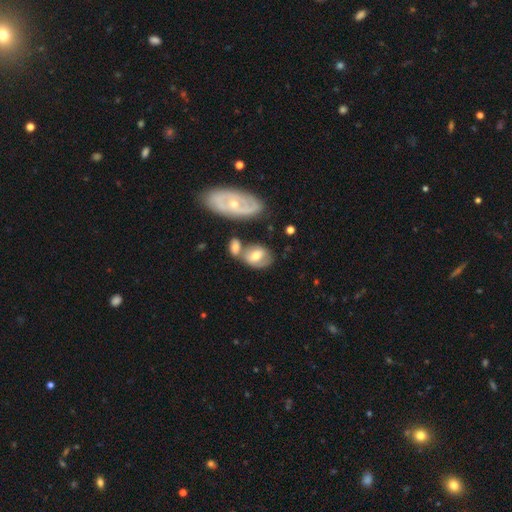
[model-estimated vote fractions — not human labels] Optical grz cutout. It shows a featured or disk galaxy (49%). Merging: none (46%).